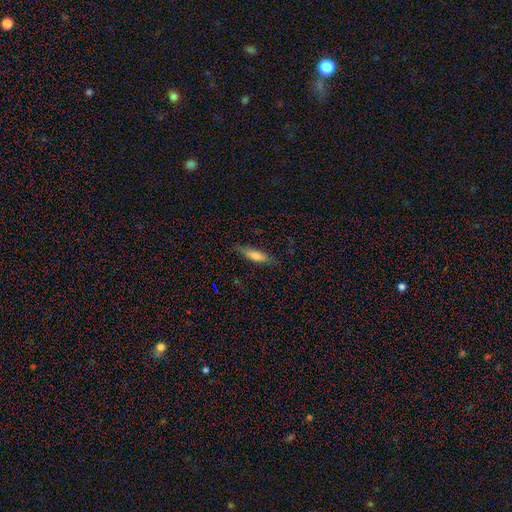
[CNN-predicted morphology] A smooth galaxy with no disk features (69%) that is cigar-shaped (60%).

Vote fractions:
- Smooth or featured? smooth: 69% / featured or disk: 23% / star or artifact: 7%
- How rounded? cigar-shaped: 60% / in between: 38% / round: 2%
- Merging? none: 78% / minor disturbance: 16% / major disturbance: 4% / merger: 1%